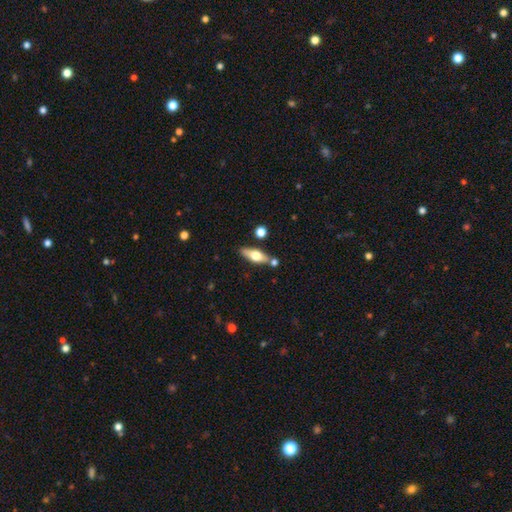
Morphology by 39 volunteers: This appears to be a smooth galaxy with no disk features (51%) that is in between round and cigar-shaped (65%). Merging: none (84%).